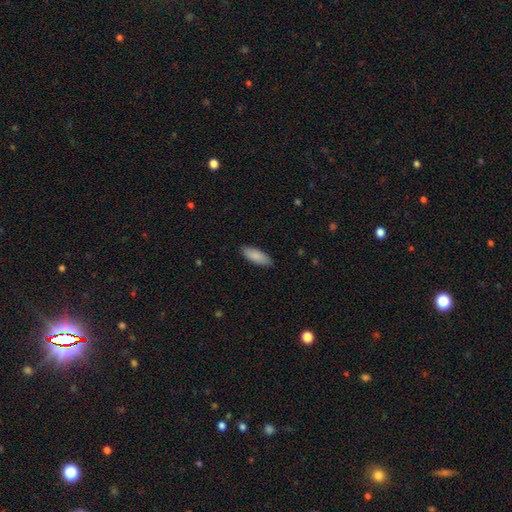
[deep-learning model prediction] smooth-or-featured: smooth: 88% | featured or disk: 7% | star or artifact: 6%
  how-rounded: in between: 73% | cigar-shaped: 26% | round: 2%
  merging: none: 88% | minor disturbance: 9% | major disturbance: 2% | merger: 1%